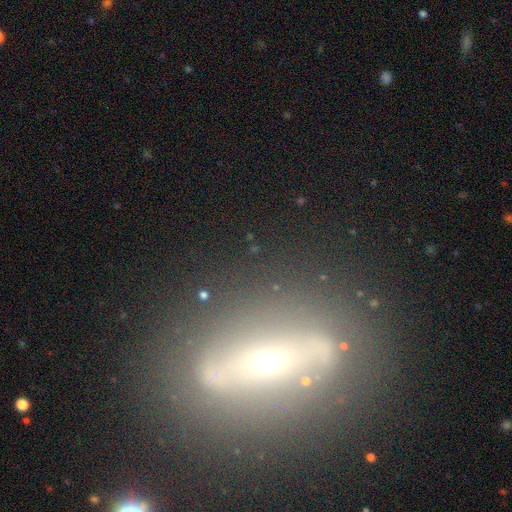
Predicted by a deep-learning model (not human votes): smooth-or-featured: featured or disk: 73% | smooth: 18% | star or artifact: 10%
  disk-edge-on: no: 67% | yes: 33%
  merging: none: 76% | minor disturbance: 14% | major disturbance: 7% | merger: 4%